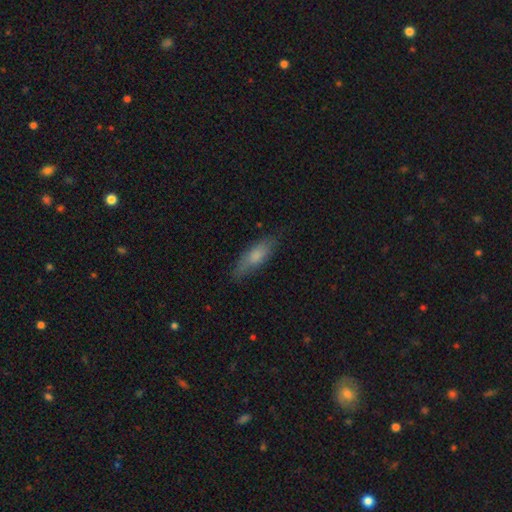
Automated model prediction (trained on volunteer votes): smooth 73%, featured or disk 20%, star or artifact 7%. Down the decision tree: how rounded — in between (55%); merging — none (74%).